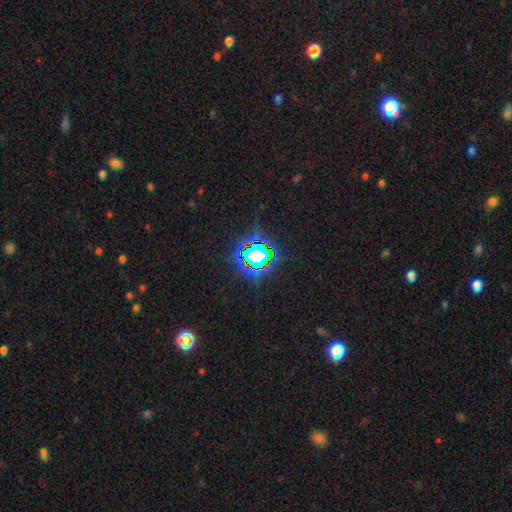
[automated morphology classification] Smooth or featured? Predicted: star or artifact (p=0.72).